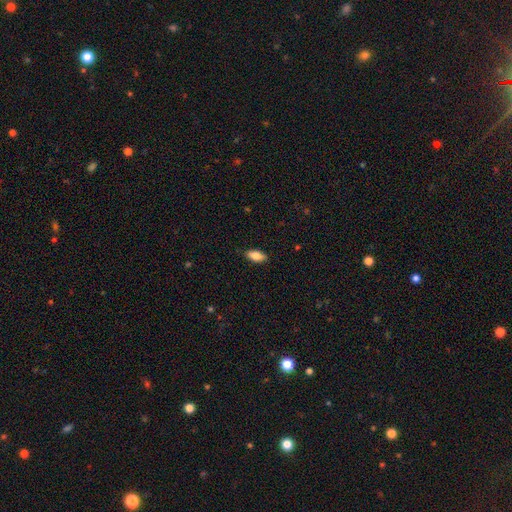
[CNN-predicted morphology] The model was most divided on "smooth or featured": smooth: 81%, featured or disk: 12%, star or artifact: 7%. More confident: merging — none (88%); how rounded — in between (87%).